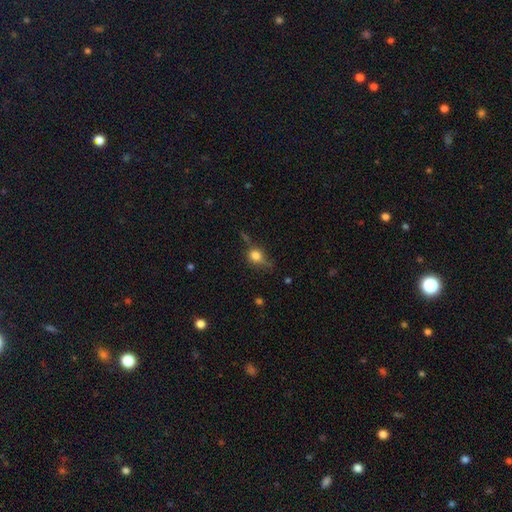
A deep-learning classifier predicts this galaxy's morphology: Smooth or featured? Predicted: smooth (p=0.69). How rounded? Predicted: round (p=0.65). Merging? Predicted: none (p=0.60).